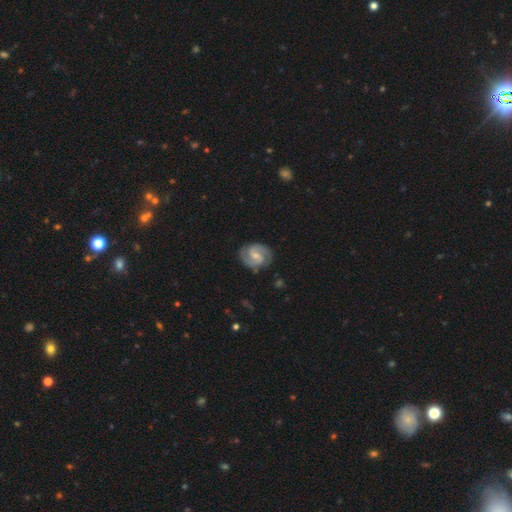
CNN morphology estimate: This is clearly a featured or disk galaxy (88%). It is clearly not viewed edge-on (98%). Bar: possibly weak (56%). Spiral arm pattern: clearly yes (98%). Spiral arm count: clearly 2 (92%). Spiral winding: possibly medium (53%). Central bulge: possibly small (51%). Merging: clearly none (83%).